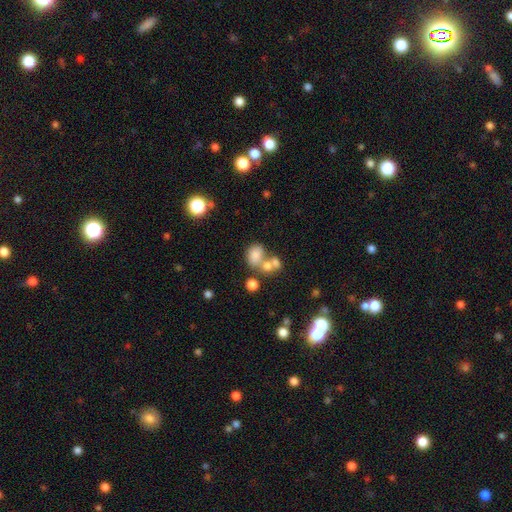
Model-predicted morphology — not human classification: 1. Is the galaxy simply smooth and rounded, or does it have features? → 70% smooth, 16% featured or disk, 14% star or artifact.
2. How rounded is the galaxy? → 55% in between, 43% round, 1% cigar-shaped.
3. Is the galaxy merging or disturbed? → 47% merger, 34% none, 11% minor disturbance, 8% major disturbance.